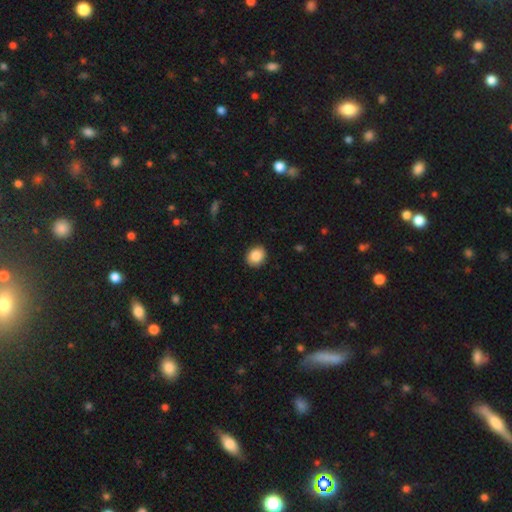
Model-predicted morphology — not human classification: Q: Smooth or featured?
A: smooth (87%); runner-up: star or artifact (8%)
Q: How rounded?
A: round (63%); runner-up: in between (37%)
Q: Merging?
A: none (90%); runner-up: minor disturbance (8%)